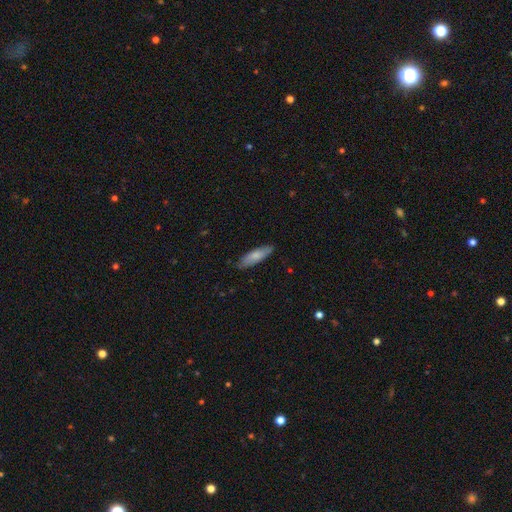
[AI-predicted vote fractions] smooth_or_featured: smooth (p=0.78) [alt: featured or disk p=0.16]
how_rounded: cigar-shaped (p=0.55) [alt: in between p=0.43]
merging: none (p=0.84) [alt: minor disturbance p=0.13]